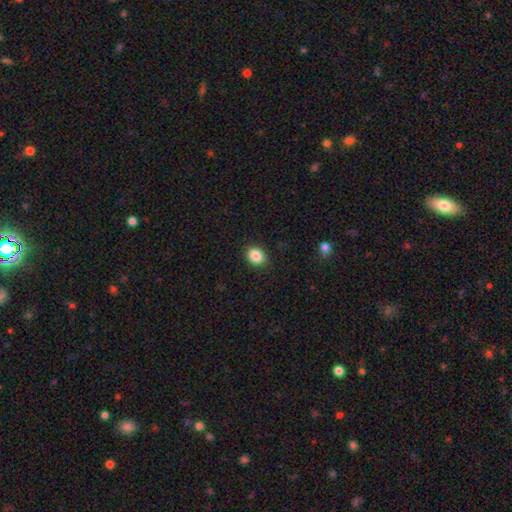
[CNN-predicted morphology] Smooth or featured?
  - smooth: 86% *
  - star or artifact: 9%
  - featured or disk: 4%
How rounded?
  - round: 53% *
  - in between: 46%
  - cigar-shaped: 1%
Merging?
  - none: 90% *
  - minor disturbance: 7%
  - major disturbance: 2%
  - merger: 1%